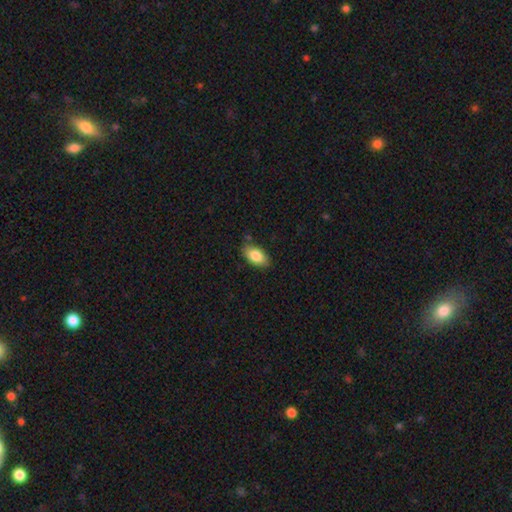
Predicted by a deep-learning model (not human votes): This appears to be a smooth galaxy with no disk features (83%) that is in between round and cigar-shaped (93%). Merging: none (82%).